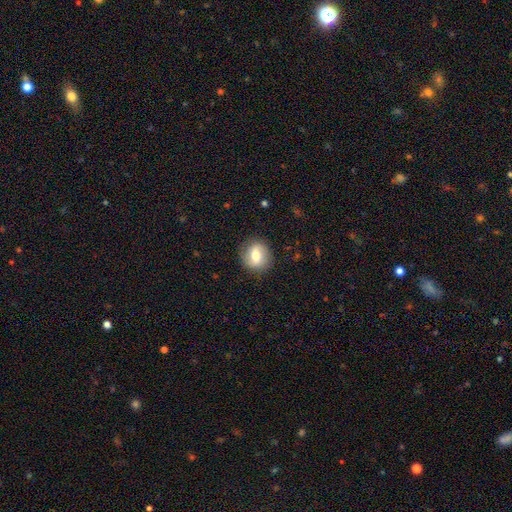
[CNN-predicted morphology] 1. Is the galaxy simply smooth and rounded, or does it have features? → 57% smooth, 35% featured or disk, 8% star or artifact.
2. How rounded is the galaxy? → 80% round, 19% in between, 1% cigar-shaped.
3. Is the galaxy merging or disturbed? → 86% none, 10% minor disturbance, 3% major disturbance, 1% merger.